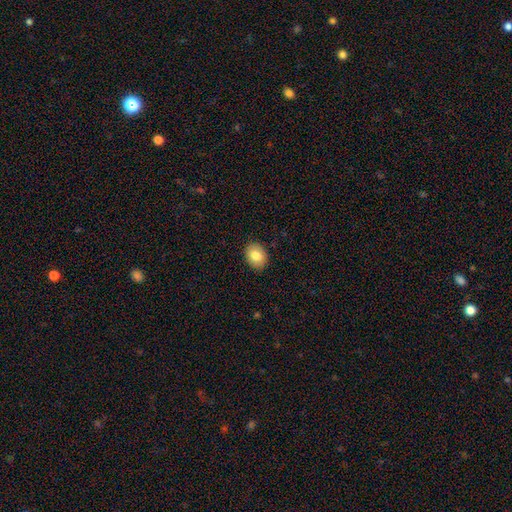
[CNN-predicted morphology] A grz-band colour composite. It shows a smooth galaxy with no disk features (82%) that is in between round and cigar-shaped (64%). Merging: none (88%).